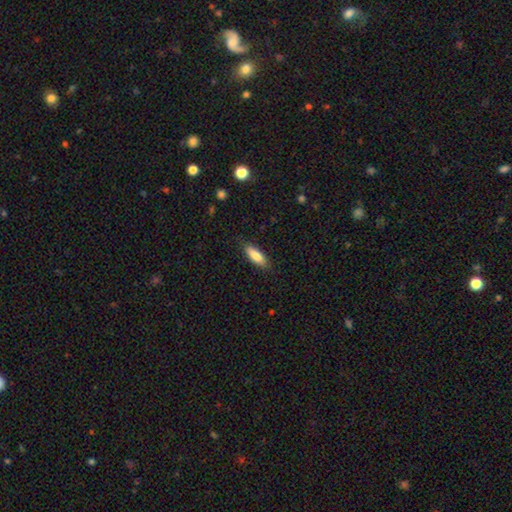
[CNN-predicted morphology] The model was most divided on "how rounded": in between: 59%, cigar-shaped: 39%, round: 2%. More confident: smooth or featured — smooth (83%); merging — none (83%).